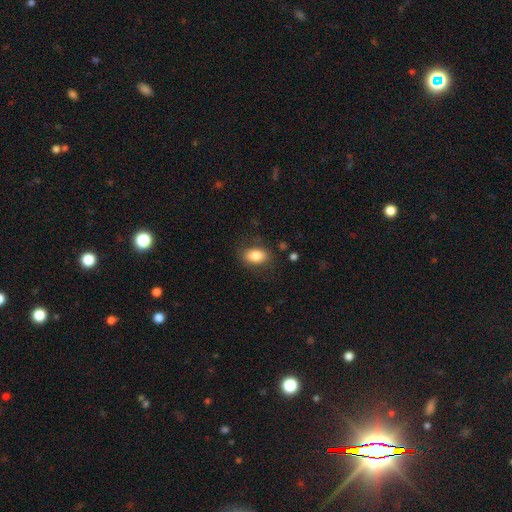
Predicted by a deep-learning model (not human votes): smooth-or-featured: smooth: 82% | featured or disk: 10% | star or artifact: 8%
  how-rounded: in between: 87% | round: 11% | cigar-shaped: 2%
  merging: none: 81% | minor disturbance: 13% | major disturbance: 5% | merger: 1%